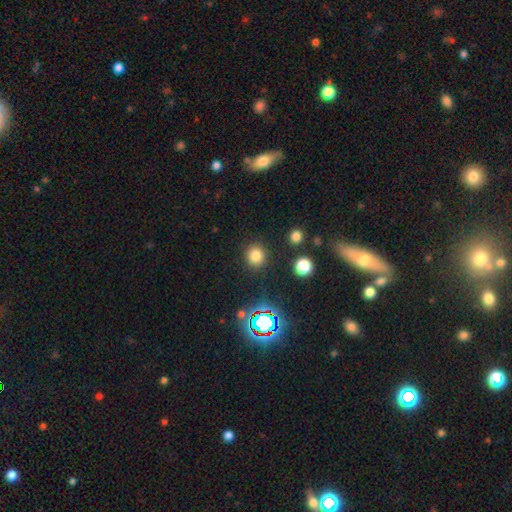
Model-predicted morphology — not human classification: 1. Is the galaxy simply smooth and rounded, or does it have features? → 77% smooth, 18% star or artifact, 6% featured or disk.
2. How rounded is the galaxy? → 89% round, 10% in between, 1% cigar-shaped.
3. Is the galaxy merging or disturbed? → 88% none, 6% minor disturbance, 3% major disturbance, 2% merger.